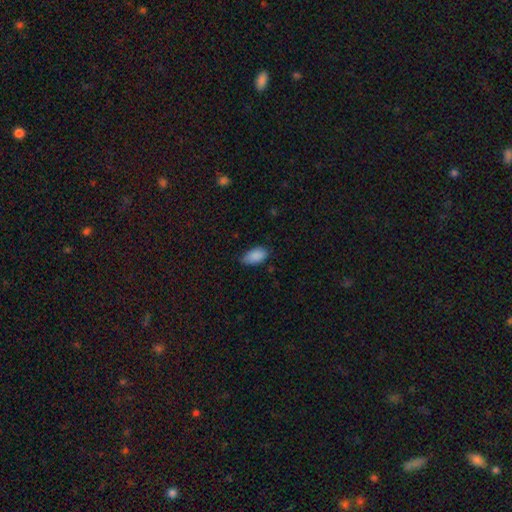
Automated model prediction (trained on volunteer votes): smooth_or_featured: smooth (p=0.88) [alt: star or artifact p=0.07]
how_rounded: in between (p=0.93) [alt: round p=0.04]
merging: none (p=0.64) [alt: minor disturbance p=0.30]